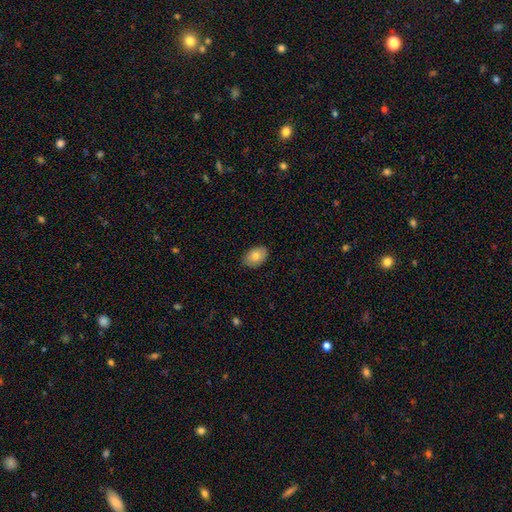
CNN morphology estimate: smooth-or-featured: smooth: 79% | featured or disk: 14% | star or artifact: 7%
  how-rounded: in between: 86% | round: 13% | cigar-shaped: 1%
  merging: none: 84% | minor disturbance: 13% | major disturbance: 2% | merger: 1%